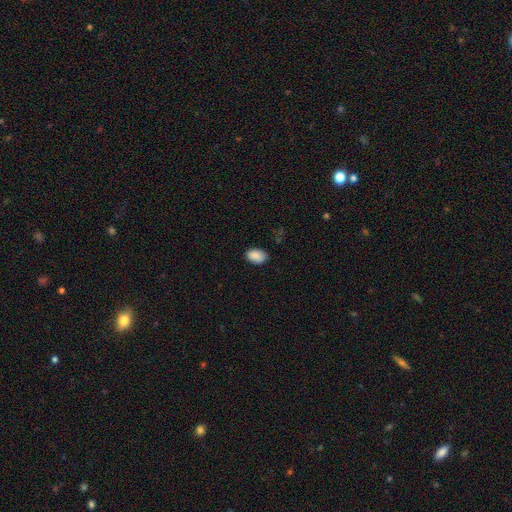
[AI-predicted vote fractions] This appears to be a smooth galaxy with no disk features (89%) that is in between round and cigar-shaped (86%). Merging: none (82%).